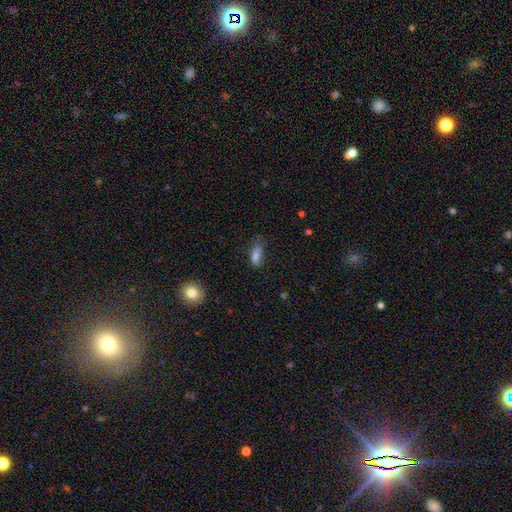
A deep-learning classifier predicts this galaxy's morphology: smooth_or_featured: smooth (p=0.79) [alt: featured or disk p=0.11]
how_rounded: in between (p=0.79) [alt: cigar-shaped p=0.18]
merging: none (p=0.49) [alt: minor disturbance p=0.33]